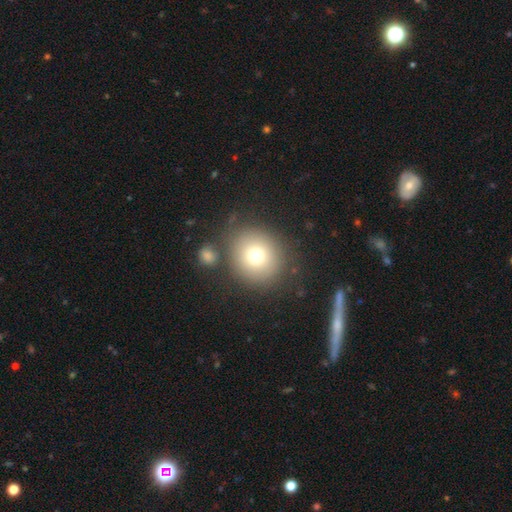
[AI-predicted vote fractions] smooth-or-featured: smooth: 74% | featured or disk: 13% | star or artifact: 13%
  how-rounded: round: 87% | in between: 12% | cigar-shaped: 1%
  merging: none: 78% | minor disturbance: 10% | merger: 8% | major disturbance: 4%